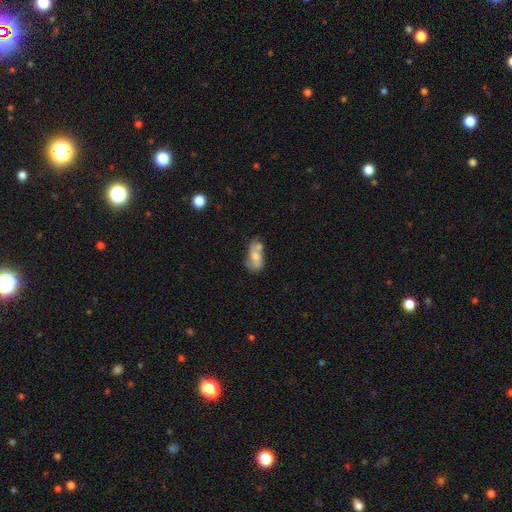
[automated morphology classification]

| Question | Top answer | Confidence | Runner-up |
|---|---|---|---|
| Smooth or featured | smooth | 50% | featured or disk (42%) |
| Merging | merger | 34% | none (33%) |